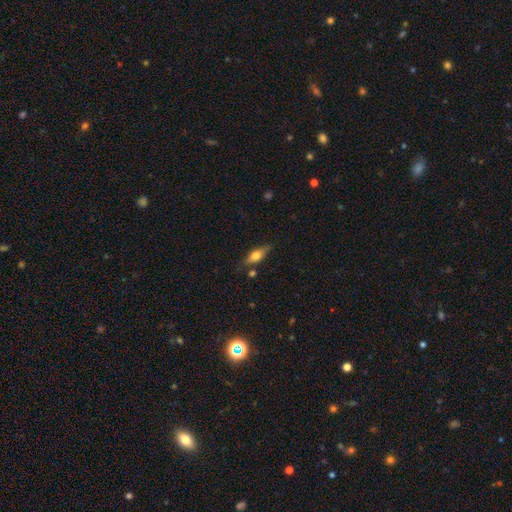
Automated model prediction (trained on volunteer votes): Smooth or featured? Predicted: smooth (p=0.53). How rounded? Predicted: in between (p=0.57). Merging? Predicted: none (p=0.75).